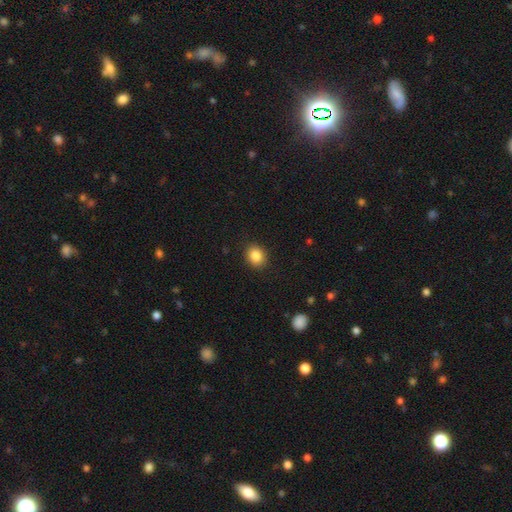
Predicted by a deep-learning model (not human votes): smooth-or-featured: smooth: 86% | star or artifact: 9% | featured or disk: 5%
  how-rounded: round: 57% | in between: 42% | cigar-shaped: 1%
  merging: none: 90% | minor disturbance: 7% | major disturbance: 2% | merger: 1%